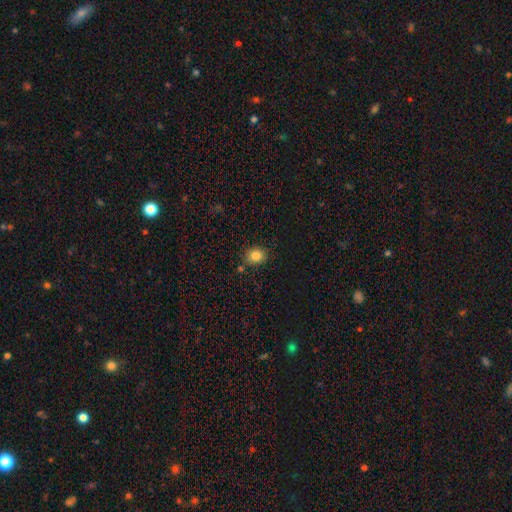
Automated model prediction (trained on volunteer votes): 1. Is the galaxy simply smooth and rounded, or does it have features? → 83% smooth, 11% star or artifact, 6% featured or disk.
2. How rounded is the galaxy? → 67% round, 32% in between, 1% cigar-shaped.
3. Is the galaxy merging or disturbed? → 79% none, 12% minor disturbance, 6% merger, 3% major disturbance.